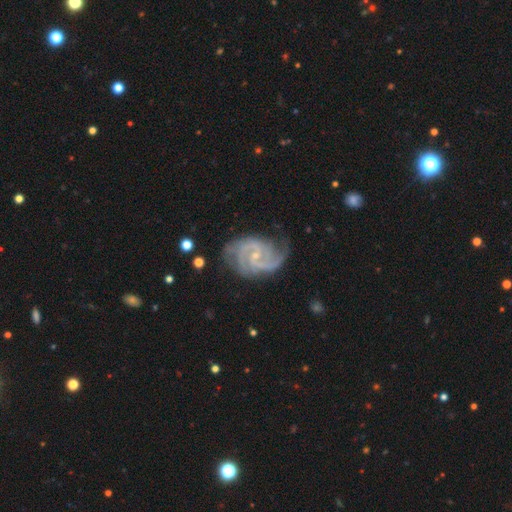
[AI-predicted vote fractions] Smooth or featured: featured or disk — 91% (star or artifact — 5%)
Edge-on disk: no — 98% (yes — 2%)
Bar: no — 46% (weak — 43%)
Spiral arms: yes — 98% (no — 2%)
Spiral winding: medium — 49% (tight — 39%)
Spiral arm count: 2 — 46% (3 — 28%)
Bulge size: small — 77% (moderate — 18%)
Merging: none — 69% (minor disturbance — 21%)